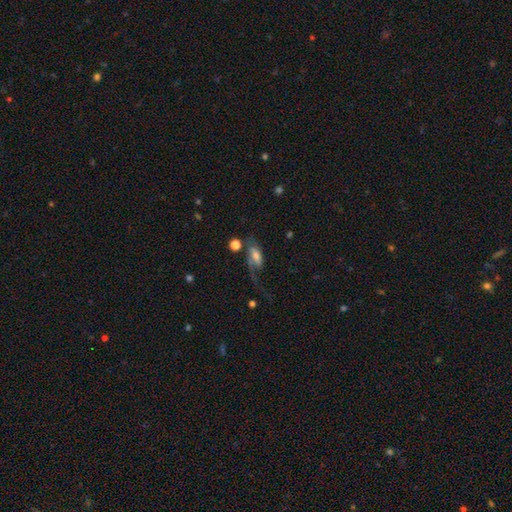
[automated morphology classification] type=featured or disk (47%); merging=major disturbance (46%).